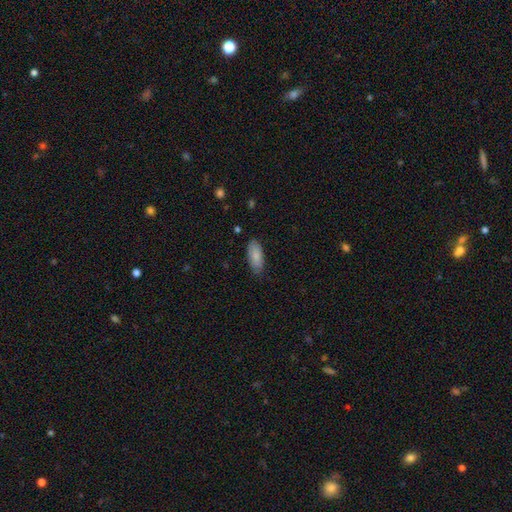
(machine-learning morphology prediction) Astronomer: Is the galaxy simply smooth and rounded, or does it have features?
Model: smooth — 84%.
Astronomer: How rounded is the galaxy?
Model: in between — 86%.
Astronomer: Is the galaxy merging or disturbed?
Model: none — 82%.